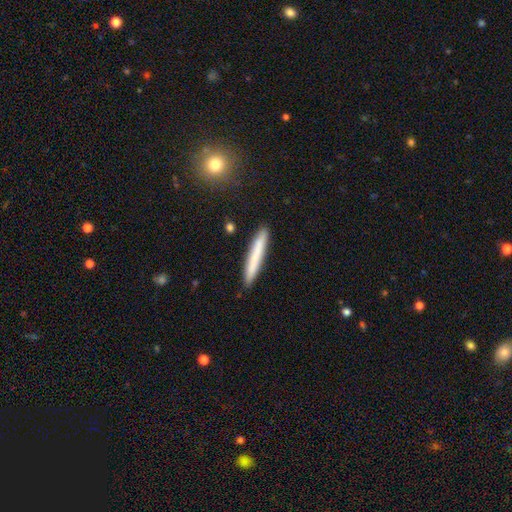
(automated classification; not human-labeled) A smooth galaxy with no disk features (73%) that is cigar-shaped (96%).

Vote fractions:
- Smooth or featured? smooth: 73% / featured or disk: 21% / star or artifact: 6%
- How rounded? cigar-shaped: 96% / in between: 3% / round: 1%
- Merging? none: 90% / minor disturbance: 7% / merger: 1% / major disturbance: 1%